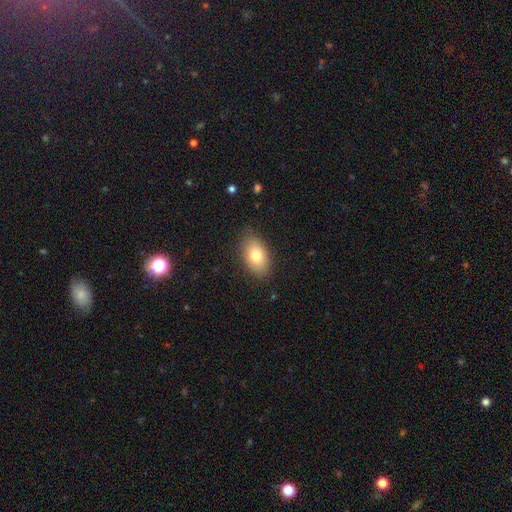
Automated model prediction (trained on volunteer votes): This is likely a smooth galaxy (77%). How rounded: clearly in between (89%). Merging: clearly none (84%).